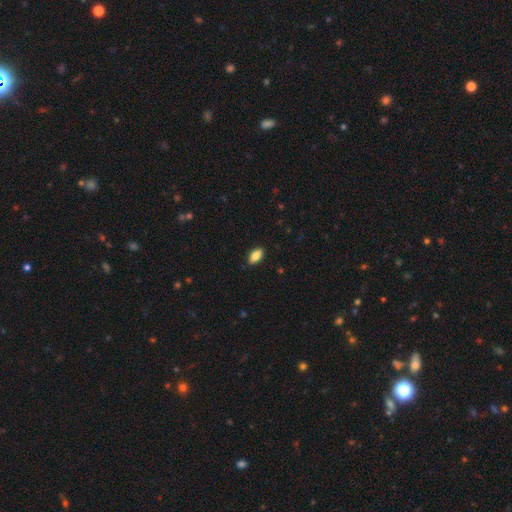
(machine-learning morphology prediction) This appears to be a smooth galaxy with no disk features (83%) that is in between round and cigar-shaped (88%). Merging: none (88%).